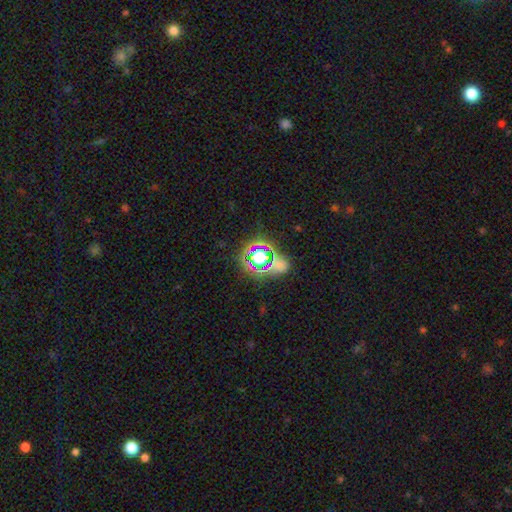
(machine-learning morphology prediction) Overall: star or artifact (55%; smooth 32%).